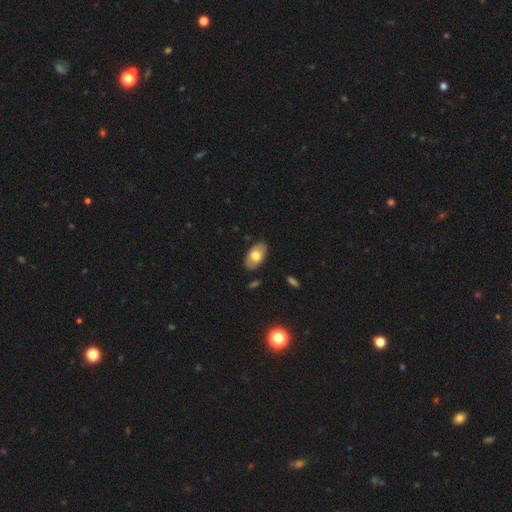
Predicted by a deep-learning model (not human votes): Smooth or featured: smooth — 68% (featured or disk — 26%)
How rounded: in between — 93% (round — 6%)
Merging: none — 85% (minor disturbance — 12%)